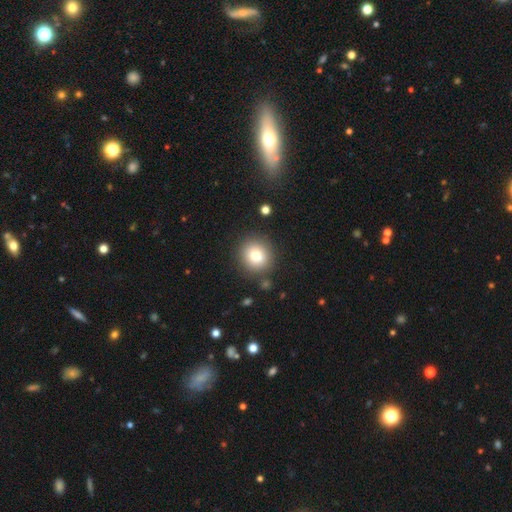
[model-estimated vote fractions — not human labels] smooth 78%, star or artifact 11%, featured or disk 10%. Down the decision tree: how rounded — round (86%); merging — none (85%).